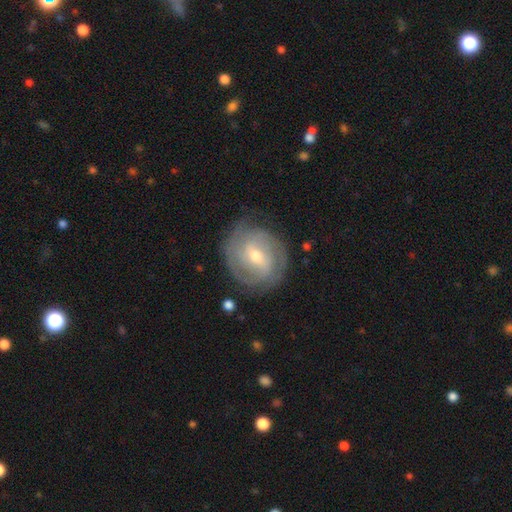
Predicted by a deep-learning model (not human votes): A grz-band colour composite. It shows a featured or disk galaxy (80%) with a weak bar (50%), 2 (40%) tight (66%) spiral arms (91%) and a moderate central bulge (56%). Merging: none (78%).